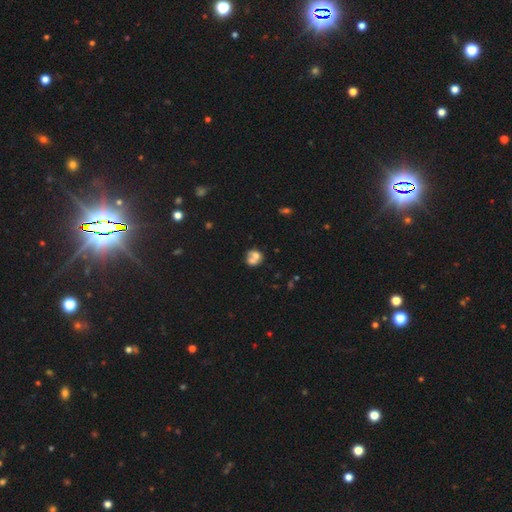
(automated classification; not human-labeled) This appears to be a smooth galaxy with no disk features (60%) that is round (64%). Merging: merger (57%).